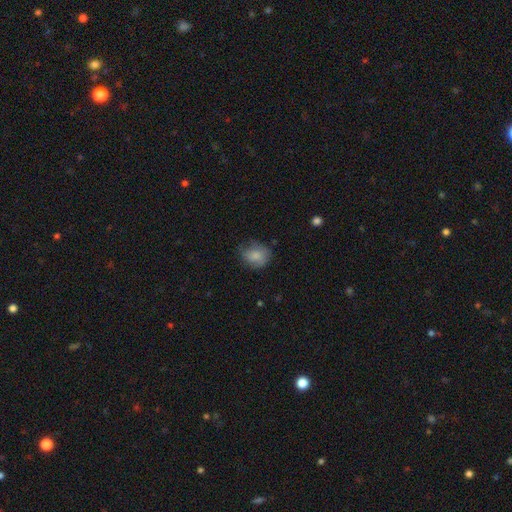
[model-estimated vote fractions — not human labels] smooth_or_featured: smooth (p=0.77) [alt: featured or disk p=0.14]
how_rounded: round (p=0.56) [alt: in between p=0.43]
merging: none (p=0.58) [alt: minor disturbance p=0.29]